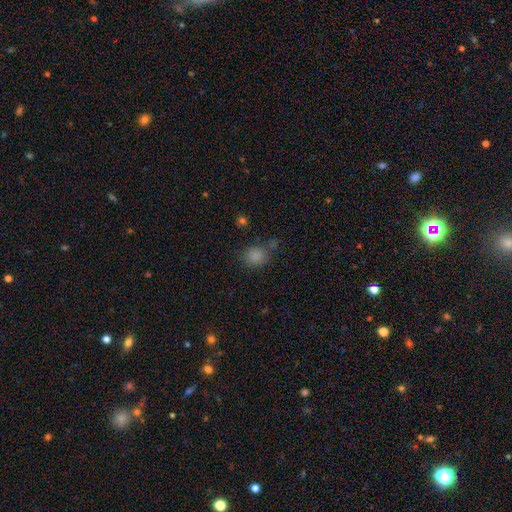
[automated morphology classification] type=smooth (83%); roundness=round (78%); merging=none (69%).